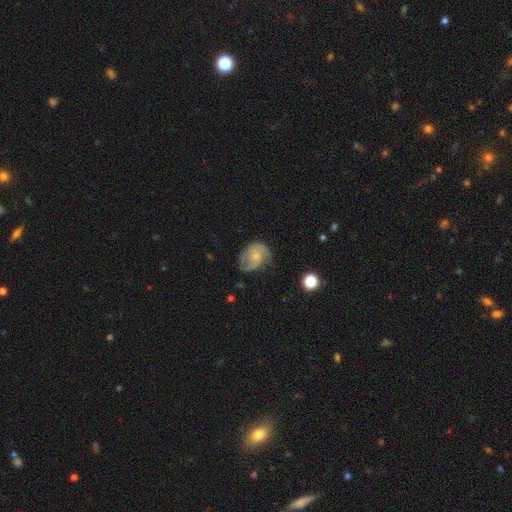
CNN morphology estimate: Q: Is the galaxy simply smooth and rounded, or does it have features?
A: featured or disk — 65%.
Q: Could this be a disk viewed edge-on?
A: no — 97%.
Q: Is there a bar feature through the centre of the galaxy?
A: no — 72%.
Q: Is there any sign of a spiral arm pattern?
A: yes — 87%.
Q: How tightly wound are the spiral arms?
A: medium — 43%.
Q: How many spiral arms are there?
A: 2 — 65%.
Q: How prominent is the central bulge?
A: small — 64%.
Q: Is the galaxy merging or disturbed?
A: none — 50%.